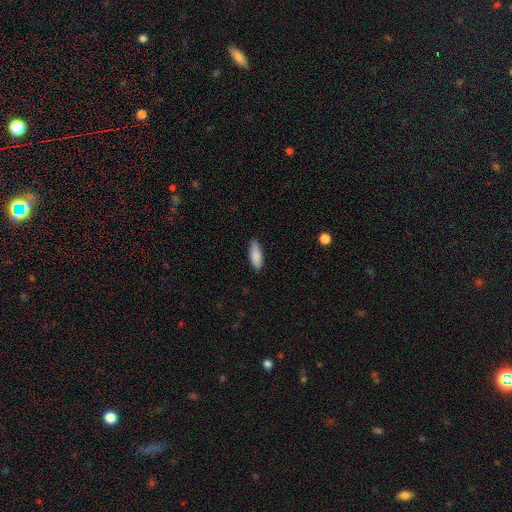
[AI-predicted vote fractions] A smooth galaxy with no disk features (88%) that is in between round and cigar-shaped (64%). Merging: none (83%).